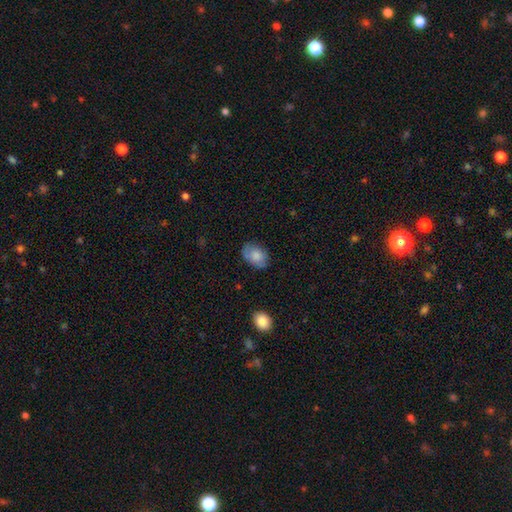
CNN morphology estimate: A smooth galaxy with no disk features (77%) that is in between round and cigar-shaped (84%). Merging: none (71%).